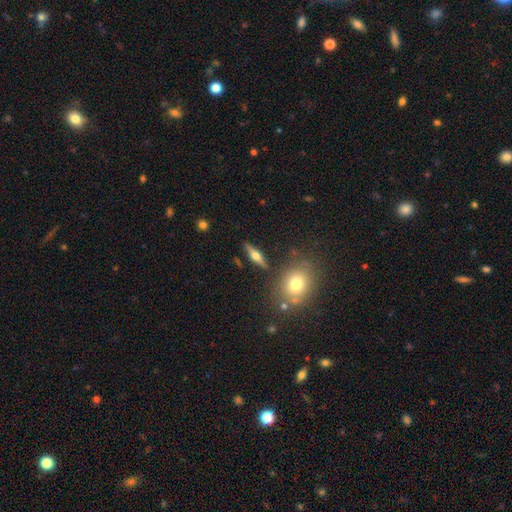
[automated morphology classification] smooth_or_featured: featured or disk (p=0.62) [alt: smooth p=0.31]
disk_edge_on: yes (p=0.94) [alt: no p=0.06]
edge_on_bulge: rounded (p=0.95) [alt: boxy p=0.04]
merging: none (p=0.85) [alt: minor disturbance p=0.08]